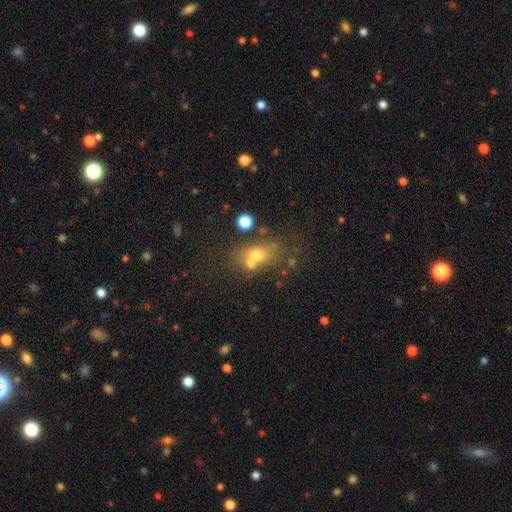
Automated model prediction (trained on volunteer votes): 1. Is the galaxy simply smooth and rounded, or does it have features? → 61% smooth, 20% featured or disk, 19% star or artifact.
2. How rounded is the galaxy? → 54% in between, 43% round, 3% cigar-shaped.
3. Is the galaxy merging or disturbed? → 47% none, 34% merger, 12% minor disturbance, 7% major disturbance.